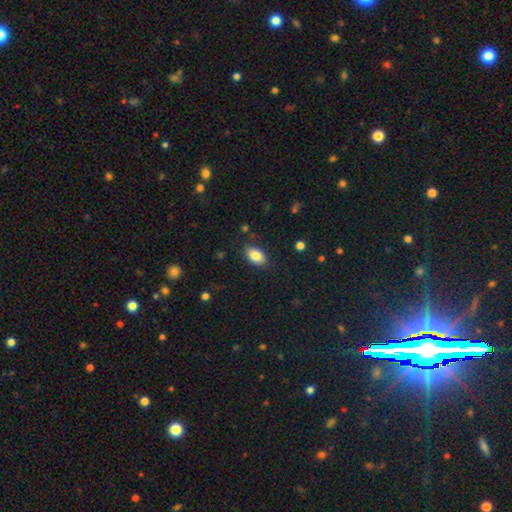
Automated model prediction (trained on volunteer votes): A smooth galaxy with no disk features (84%) that is in between round and cigar-shaped (91%).

Vote fractions:
- Smooth or featured? smooth: 84% / featured or disk: 8% / star or artifact: 8%
- How rounded? in between: 91% / round: 8% / cigar-shaped: 2%
- Merging? none: 85% / minor disturbance: 11% / major disturbance: 3% / merger: 1%